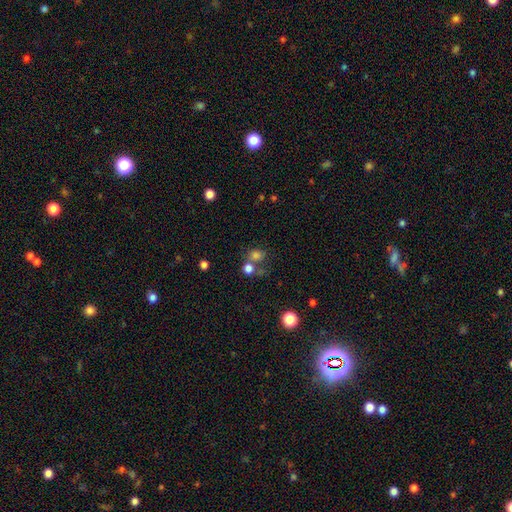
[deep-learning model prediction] Smooth or featured? Predicted: smooth (p=0.71). How rounded? Predicted: round (p=0.67). Merging? Predicted: none (p=0.51).